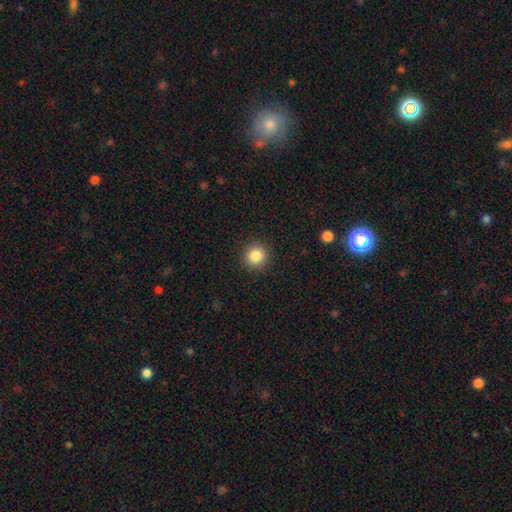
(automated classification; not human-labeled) Q: Smooth or featured?
A: smooth (85%); runner-up: star or artifact (10%)
Q: How rounded?
A: round (93%); runner-up: in between (6%)
Q: Merging?
A: none (91%); runner-up: minor disturbance (6%)